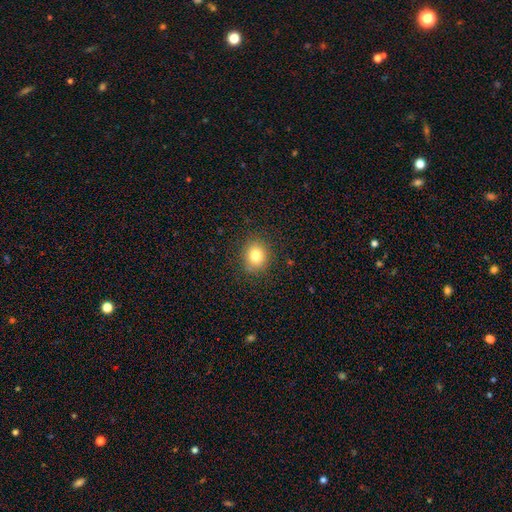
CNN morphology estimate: Overall: smooth (80%). How rounded: round (76%). Merging: none (88%).